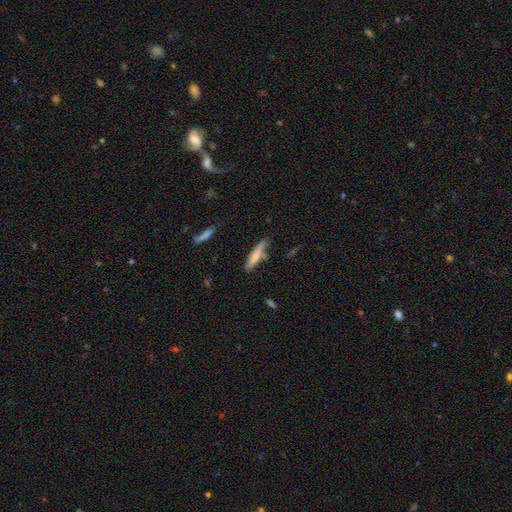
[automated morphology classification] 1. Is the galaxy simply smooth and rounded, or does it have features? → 71% smooth, 23% featured or disk, 6% star or artifact.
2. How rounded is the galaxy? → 86% cigar-shaped, 13% in between, 1% round.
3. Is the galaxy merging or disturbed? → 70% none, 19% minor disturbance, 7% merger, 4% major disturbance.